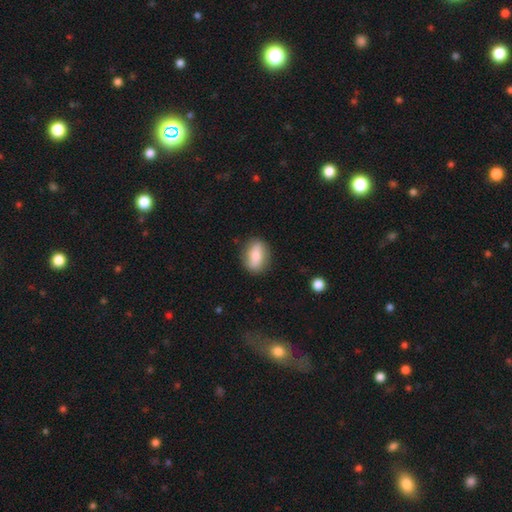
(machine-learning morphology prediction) smooth 67%, featured or disk 26%, star or artifact 7%. Down the decision tree: how rounded — in between (74%); merging — none (85%).